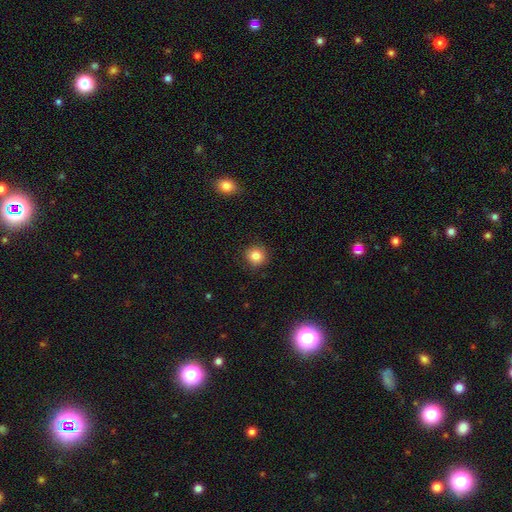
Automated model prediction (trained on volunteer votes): Smooth or featured? Predicted: smooth (p=0.83). How rounded? Predicted: round (p=0.92). Merging? Predicted: none (p=0.90).